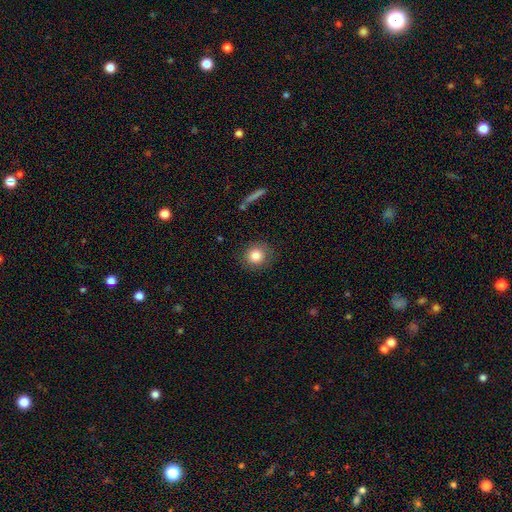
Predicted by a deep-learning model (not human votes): Smooth or featured: smooth — 83% (star or artifact — 9%)
How rounded: round — 89% (in between — 10%)
Merging: none — 86% (minor disturbance — 10%)